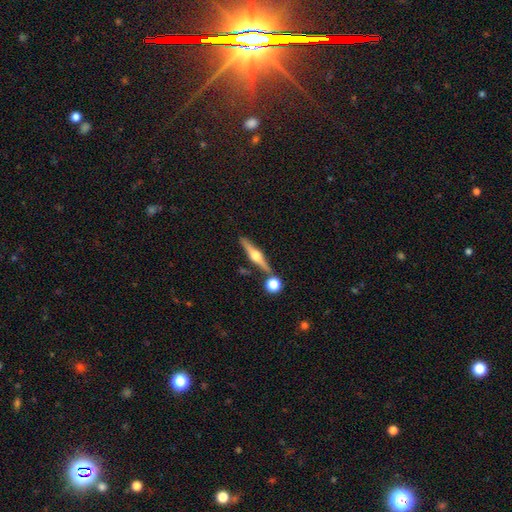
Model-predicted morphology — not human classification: Overall: featured or disk (77%). Edge-on disk: yes (98%). Edge-on bulge: rounded (96%). Merging: none (82%).